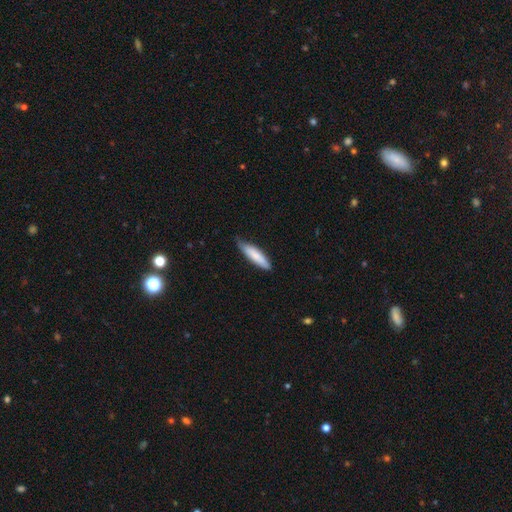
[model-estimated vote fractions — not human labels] Smooth or featured: smooth — 80% (featured or disk — 15%)
How rounded: cigar-shaped — 72% (in between — 27%)
Merging: none — 70% (minor disturbance — 26%)